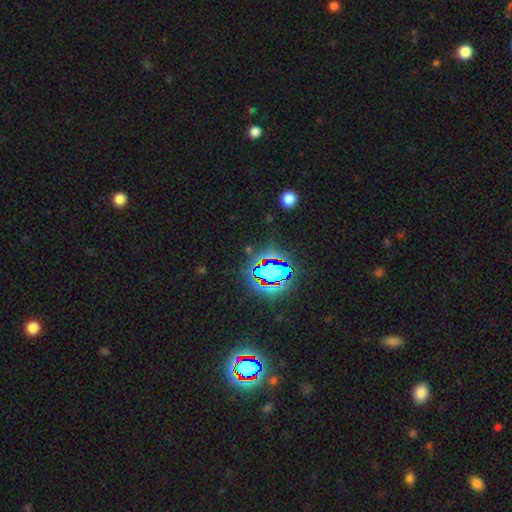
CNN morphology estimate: smooth-or-featured: star or artifact: 83% | smooth: 10% | featured or disk: 7%